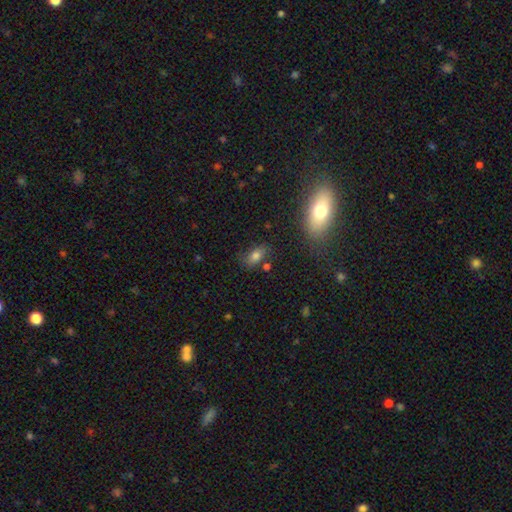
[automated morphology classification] The model was most divided on "merging": none: 72%, minor disturbance: 16%, merger: 7%, major disturbance: 5%. More confident: how rounded — in between (84%); smooth or featured — smooth (75%).